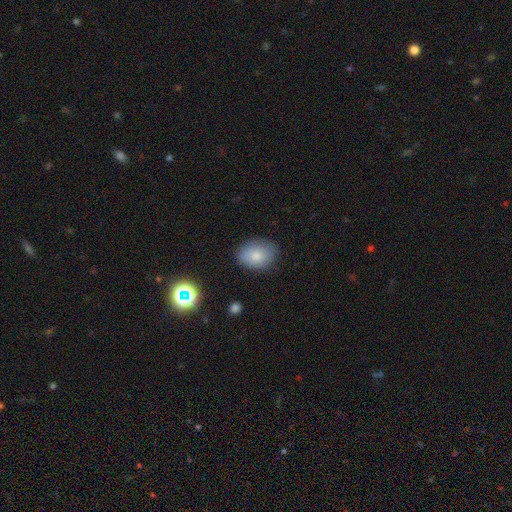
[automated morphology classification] Q: Smooth or featured?
A: smooth (82%); runner-up: featured or disk (10%)
Q: How rounded?
A: in between (70%); runner-up: round (29%)
Q: Merging?
A: none (79%); runner-up: minor disturbance (16%)